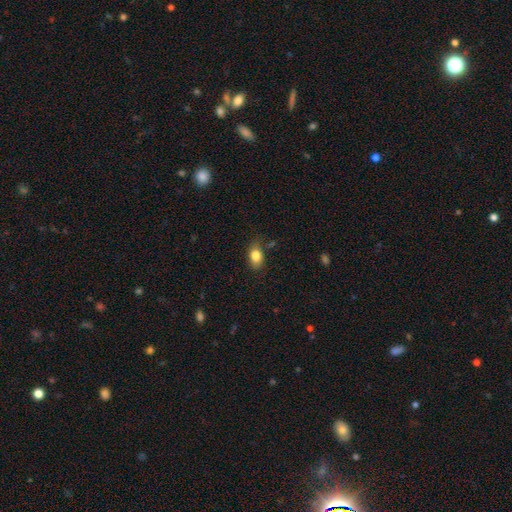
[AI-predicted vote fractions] smooth 83%, featured or disk 9%, star or artifact 8%. Down the decision tree: how rounded — in between (84%); merging — none (72%).